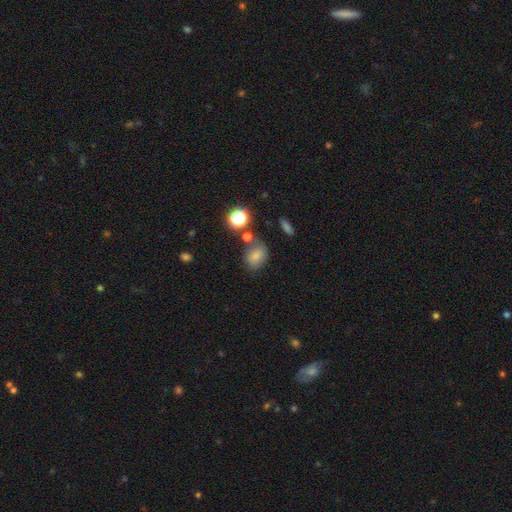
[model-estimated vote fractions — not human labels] Overall: smooth (72%). How rounded: in between (58%; round 40%). Merging: none (63%).